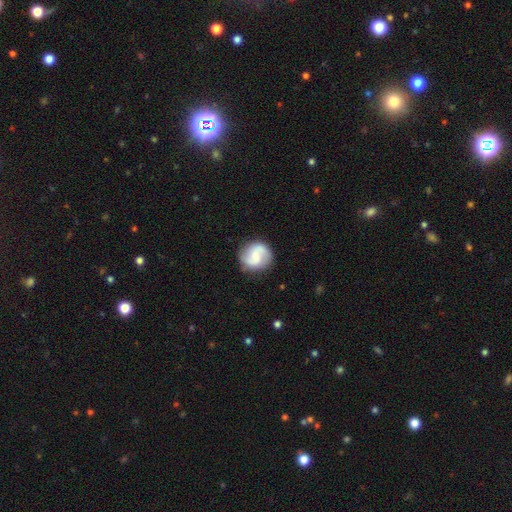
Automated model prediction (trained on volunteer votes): Smooth or featured: featured or disk — 61% (smooth — 32%)
Edge-on disk: no — 98% (yes — 2%)
Bar: weak — 49% (no — 34%)
Spiral arms: yes — 92% (no — 8%)
Spiral winding: medium — 41% (tied with loose — 41%)
Spiral arm count: 2 — 88% (can't tell — 5%)
Bulge size: small — 41% (none — 26%)
Merging: none — 82% (minor disturbance — 13%)